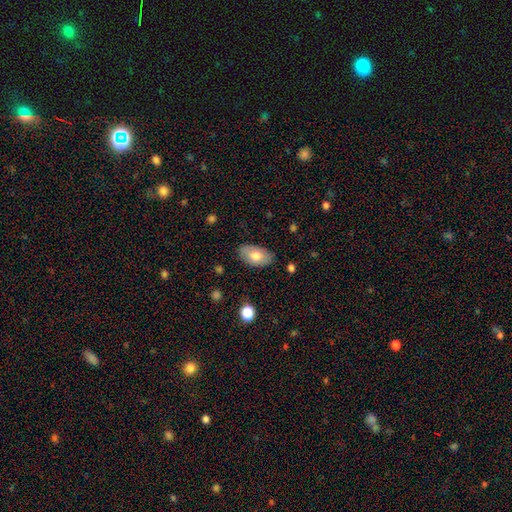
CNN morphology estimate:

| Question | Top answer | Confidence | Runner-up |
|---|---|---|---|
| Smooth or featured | smooth | 72% | featured or disk (21%) |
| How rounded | in between | 93% | round (6%) |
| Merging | none | 82% | minor disturbance (14%) |